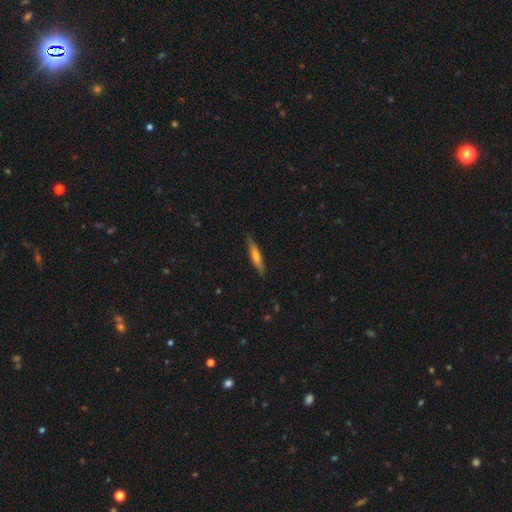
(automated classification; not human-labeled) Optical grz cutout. It shows a featured or disk galaxy (49%). Merging: none (88%).